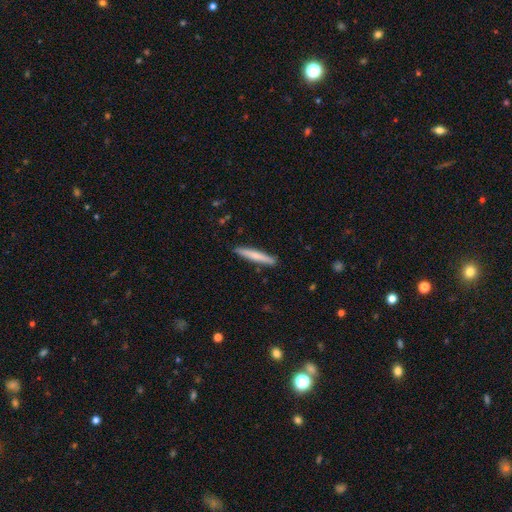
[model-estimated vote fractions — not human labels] Smooth or featured: smooth — 67% (featured or disk — 27%)
How rounded: cigar-shaped — 95% (in between — 4%)
Merging: none — 90% (minor disturbance — 7%)